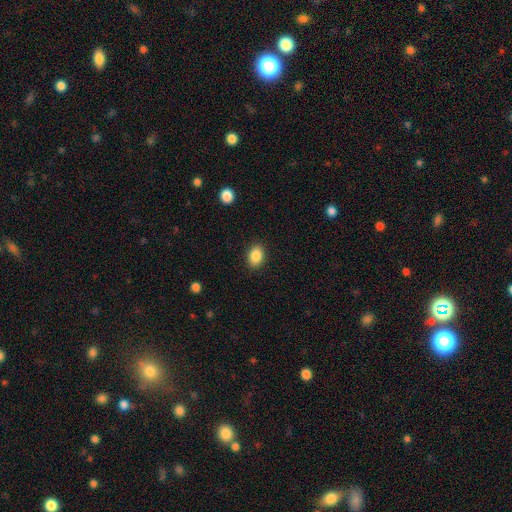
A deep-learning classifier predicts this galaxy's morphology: This appears to be a smooth galaxy with no disk features (88%) that is in between round and cigar-shaped (77%). Merging: none (89%).